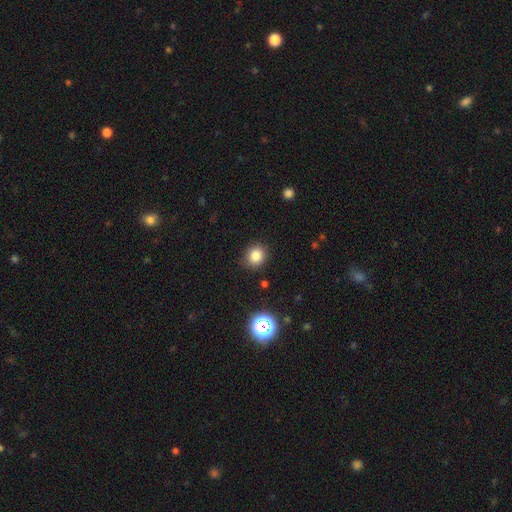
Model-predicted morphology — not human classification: Q: Smooth or featured?
A: smooth (81%); runner-up: star or artifact (13%)
Q: How rounded?
A: round (79%); runner-up: in between (20%)
Q: Merging?
A: none (88%); runner-up: minor disturbance (8%)